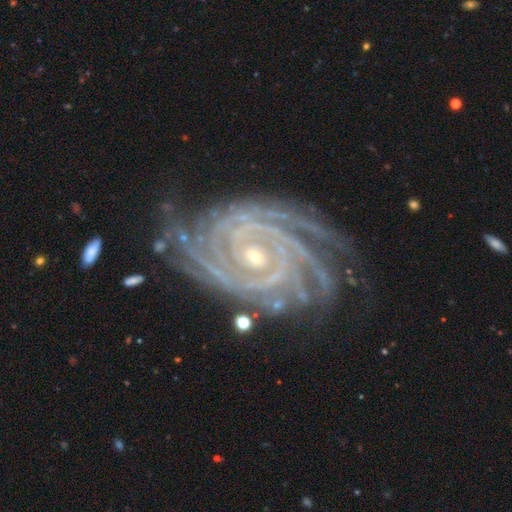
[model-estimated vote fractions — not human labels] Morphology: type=featured or disk (93%); edge-on=no (97%); bar=no (54%); spiral arms=yes (99%); winding=tight (86%); arm count=4 (25%); bulge=small (64%); merging=none (71%).